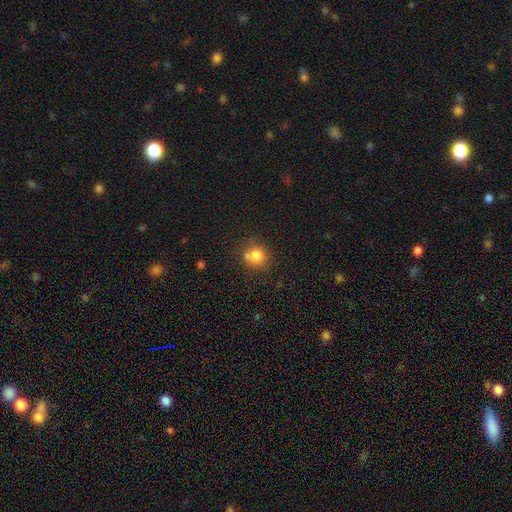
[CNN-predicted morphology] This is likely a smooth galaxy (77%). How rounded: clearly round (87%). Merging: possibly none (58%).